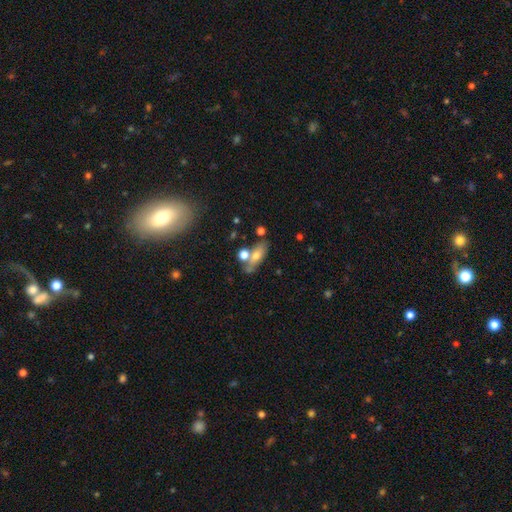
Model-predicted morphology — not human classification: This appears to be a smooth galaxy with no disk features (62%) that is in between round and cigar-shaped (71%). Merging: none (52%).